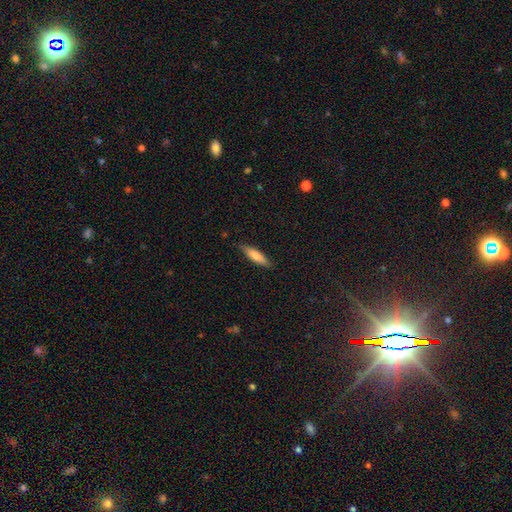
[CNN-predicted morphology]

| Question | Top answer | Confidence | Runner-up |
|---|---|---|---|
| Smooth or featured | smooth | 74% | featured or disk (20%) |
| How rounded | cigar-shaped | 73% | in between (26%) |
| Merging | none | 85% | minor disturbance (12%) |